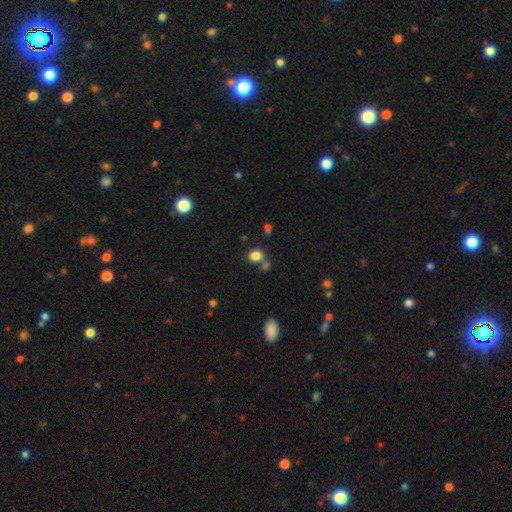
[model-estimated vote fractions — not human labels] Q: Smooth or featured?
A: smooth (82%); runner-up: star or artifact (12%)
Q: How rounded?
A: round (58%); runner-up: in between (41%)
Q: Merging?
A: none (60%); runner-up: merger (24%)